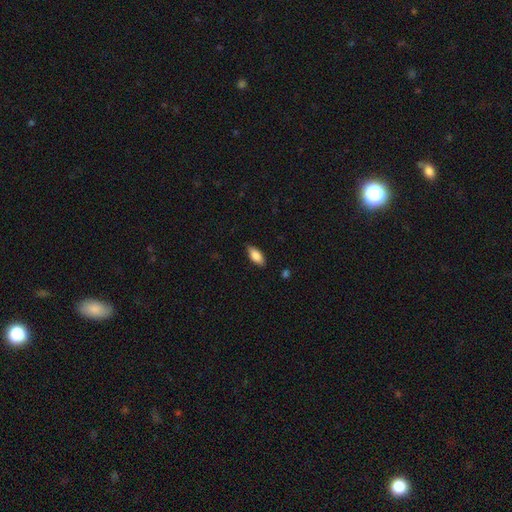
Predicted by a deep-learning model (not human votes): Morphology: type=smooth (83%); roundness=in between (86%); merging=none (84%).